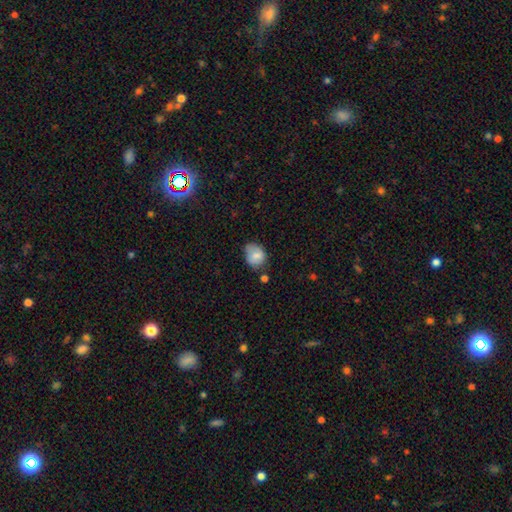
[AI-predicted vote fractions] This is likely a smooth galaxy (80%). How rounded: possibly in between (50%, tied with round). Merging: possibly none (54%).